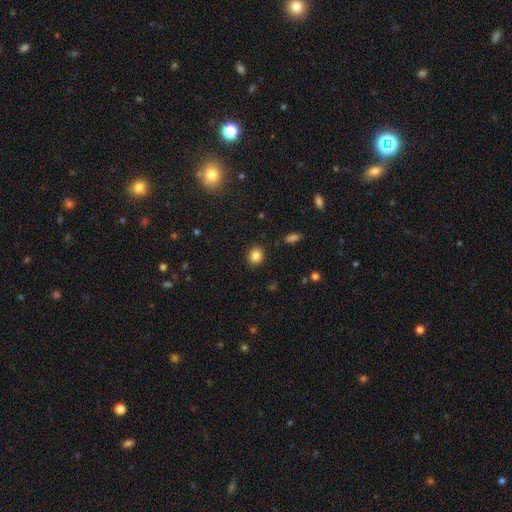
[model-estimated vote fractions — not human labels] Morphology: type=smooth (85%); roundness=round (73%); merging=none (90%).